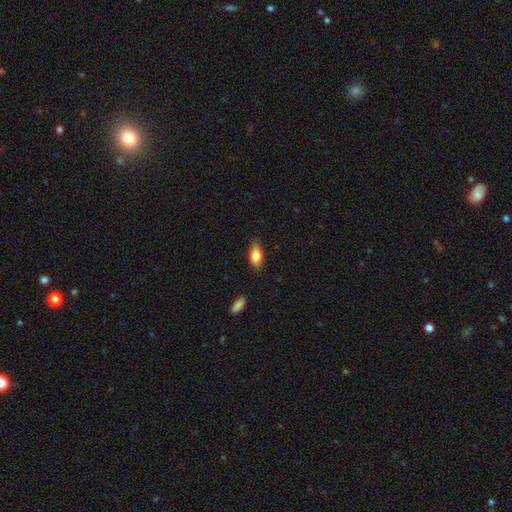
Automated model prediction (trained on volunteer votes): Smooth or featured? smooth (80%)
How rounded? in between (82%)
Merging? none (80%)